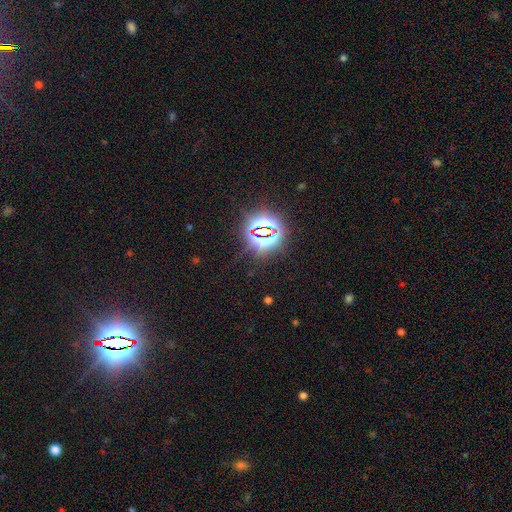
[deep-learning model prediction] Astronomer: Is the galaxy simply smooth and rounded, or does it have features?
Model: star or artifact — 82%.